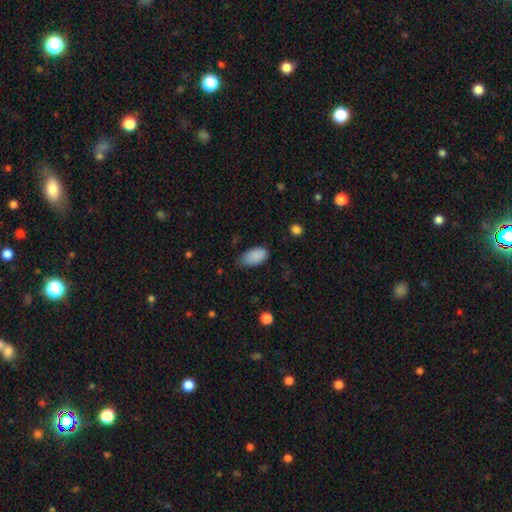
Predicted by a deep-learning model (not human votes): Smooth or featured? Predicted: smooth (p=0.88). How rounded? Predicted: in between (p=0.95). Merging? Predicted: none (p=0.51).